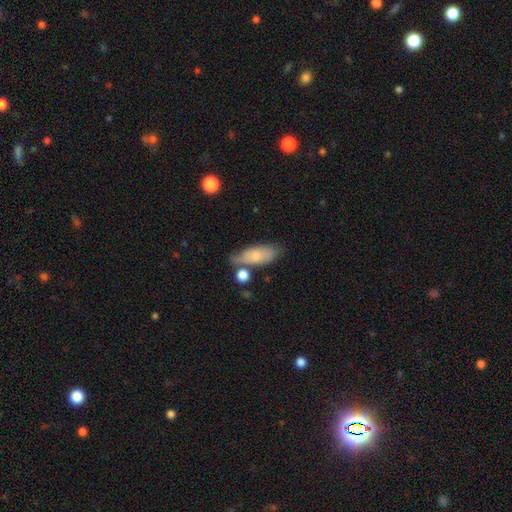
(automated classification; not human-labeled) smooth 70%, featured or disk 23%, star or artifact 7%. Down the decision tree: how rounded — in between (79%); merging — none (55%).